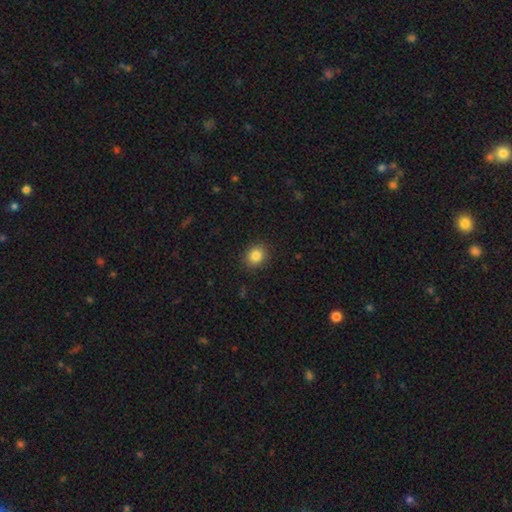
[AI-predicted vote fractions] A smooth galaxy with no disk features (85%) that is round (70%). Merging: none (90%).